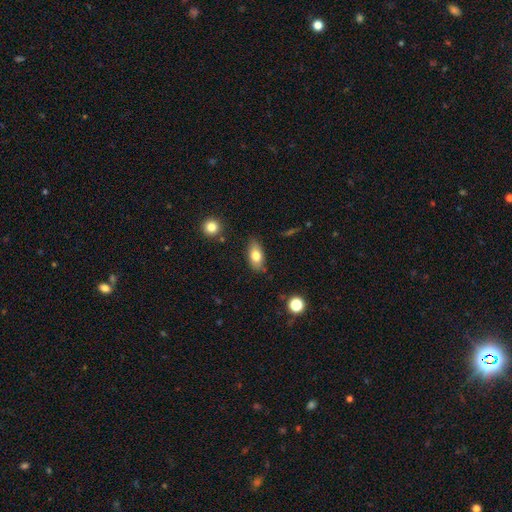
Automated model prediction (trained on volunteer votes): Overall: smooth (75%). How rounded: in between (89%). Merging: none (78%).